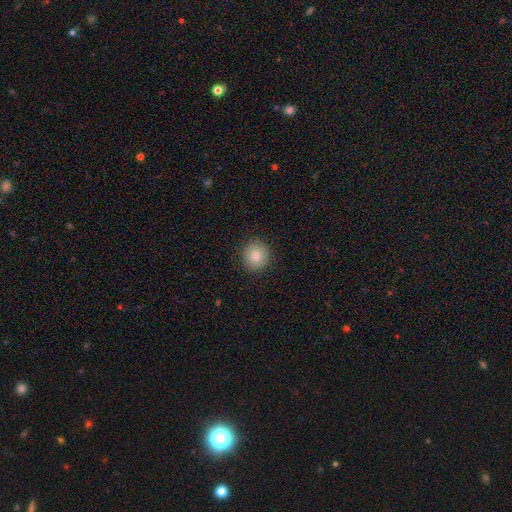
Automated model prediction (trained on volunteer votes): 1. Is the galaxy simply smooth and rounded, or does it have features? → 83% smooth, 10% star or artifact, 8% featured or disk.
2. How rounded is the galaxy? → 92% round, 7% in between, 1% cigar-shaped.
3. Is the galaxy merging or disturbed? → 91% none, 6% minor disturbance, 2% major disturbance, 1% merger.